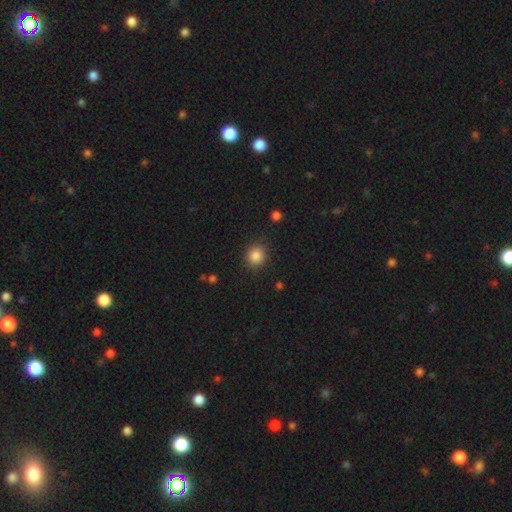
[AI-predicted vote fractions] The model was most divided on "how rounded": round: 83%, in between: 16%, cigar-shaped: 1%. More confident: merging — none (88%); smooth or featured — smooth (86%).